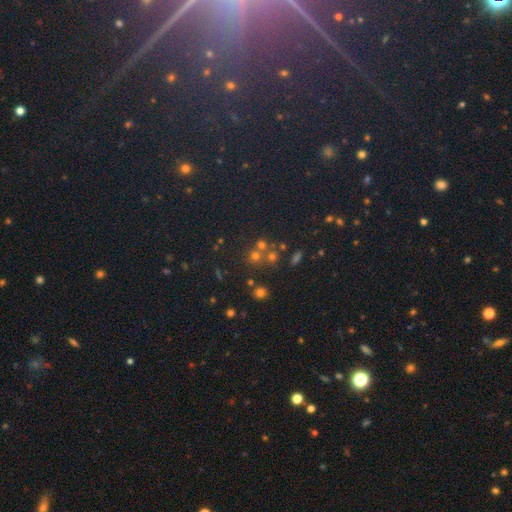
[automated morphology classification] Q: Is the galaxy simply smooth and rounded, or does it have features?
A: star or artifact — 50%.